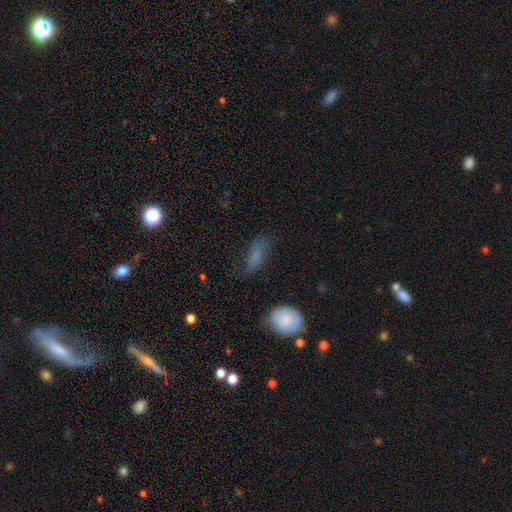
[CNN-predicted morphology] The model was most divided on "merging": none: 60%, minor disturbance: 25%, major disturbance: 13%, merger: 3%. More confident: how rounded — in between (71%); smooth or featured — smooth (71%).